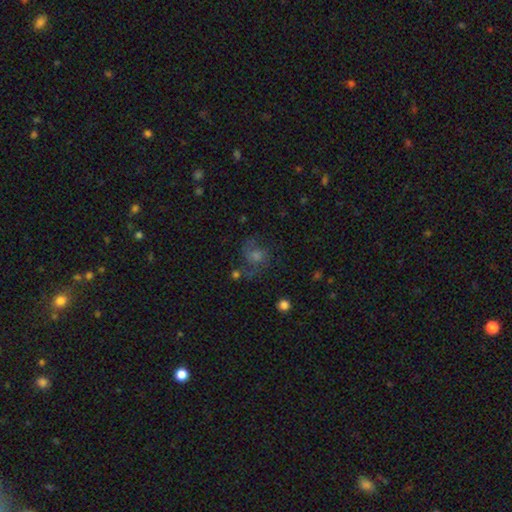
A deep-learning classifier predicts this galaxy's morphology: Q: Smooth or featured?
A: featured or disk (55%); runner-up: smooth (23%)
Q: Edge-on disk?
A: no (97%); runner-up: yes (3%)
Q: Bar?
A: no (66%); runner-up: weak (29%)
Q: Spiral arms?
A: yes (89%); runner-up: no (11%)
Q: Bulge size?
A: moderate (47%); runner-up: small (26%)
Q: Merging?
A: none (66%); runner-up: minor disturbance (16%)